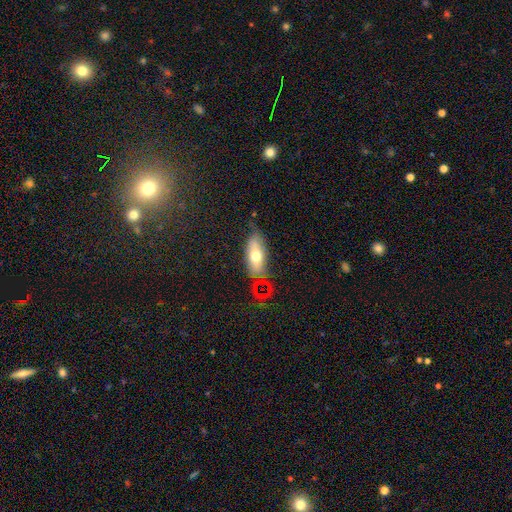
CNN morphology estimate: A smooth galaxy with no disk features (63%) that is in between round and cigar-shaped (79%). Merging: none (62%).